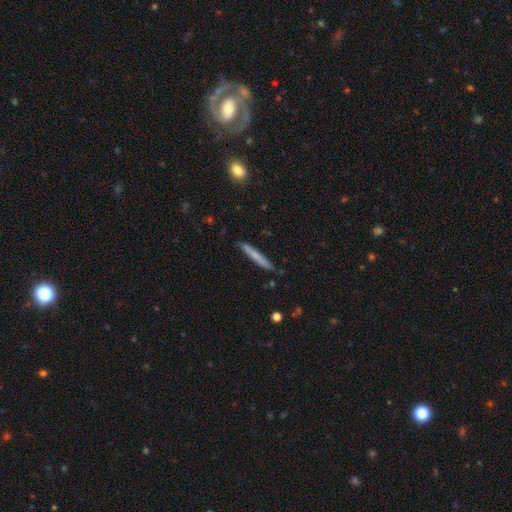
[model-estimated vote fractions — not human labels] The model was most divided on "smooth or featured": smooth: 70%, featured or disk: 24%, star or artifact: 6%. More confident: how rounded — cigar-shaped (96%); merging — none (87%).